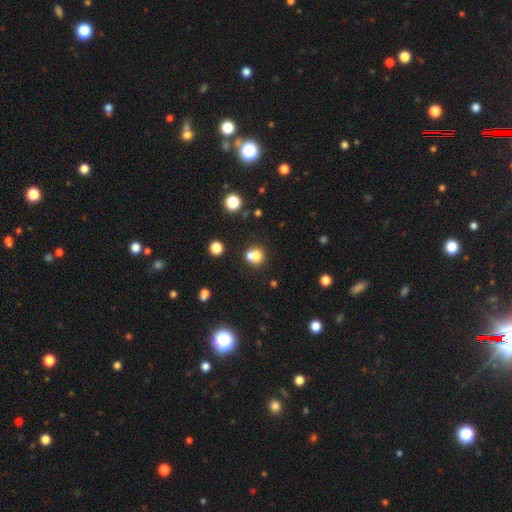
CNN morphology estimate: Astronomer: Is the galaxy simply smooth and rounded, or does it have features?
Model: smooth — 71%.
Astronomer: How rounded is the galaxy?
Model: round — 79%.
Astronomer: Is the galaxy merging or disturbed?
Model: merger — 49% (runner-up: none, 39%).